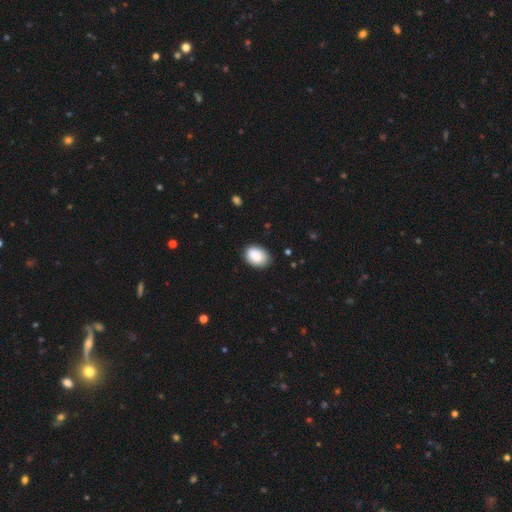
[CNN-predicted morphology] smooth_or_featured: smooth (p=0.88) [alt: star or artifact p=0.07]
how_rounded: in between (p=0.79) [alt: round p=0.20]
merging: none (p=0.80) [alt: minor disturbance p=0.16]